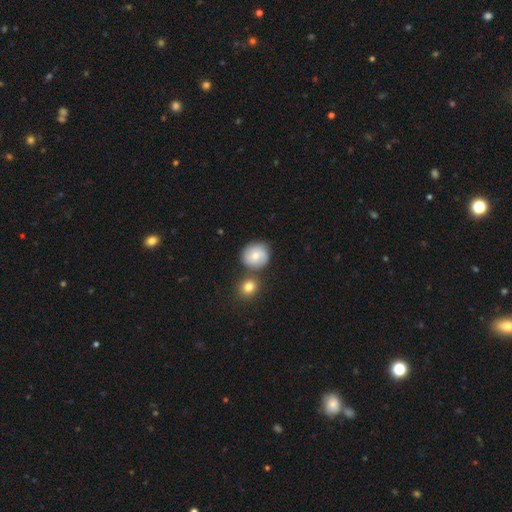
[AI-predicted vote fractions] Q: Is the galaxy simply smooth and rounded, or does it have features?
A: smooth — 64%.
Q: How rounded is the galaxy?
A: round — 85%.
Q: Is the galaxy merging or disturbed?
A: none — 67%.